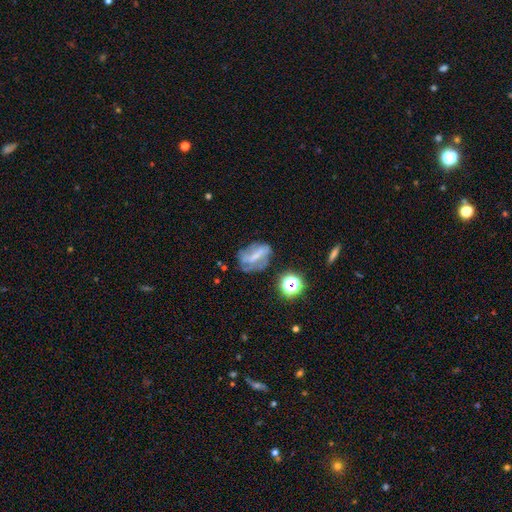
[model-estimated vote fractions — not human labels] Smooth or featured? featured or disk (50%)
Edge-on disk? no (92%)
Merging? none (49%)